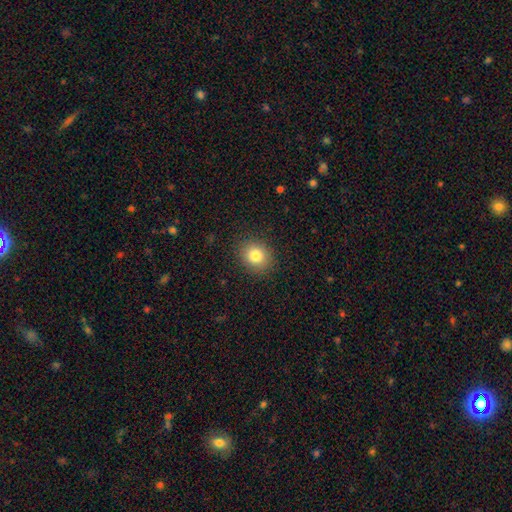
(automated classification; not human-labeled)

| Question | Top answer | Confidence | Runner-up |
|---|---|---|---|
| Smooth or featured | smooth | 82% | star or artifact (10%) |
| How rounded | round | 70% | in between (29%) |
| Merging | none | 89% | minor disturbance (8%) |